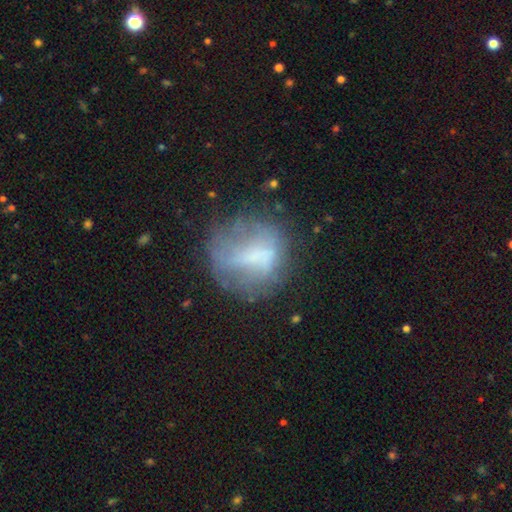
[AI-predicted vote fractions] Smooth or featured? featured or disk (46%)
Merging? none (53%)